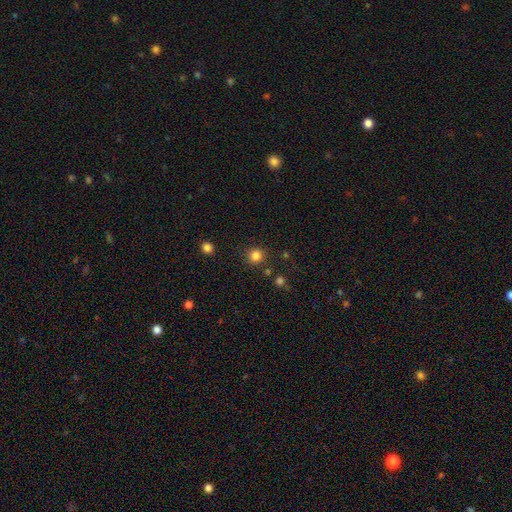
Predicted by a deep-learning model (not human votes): The model was most divided on "smooth or featured": smooth: 83%, star or artifact: 13%, featured or disk: 4%. More confident: how rounded — round (93%); merging — none (87%).